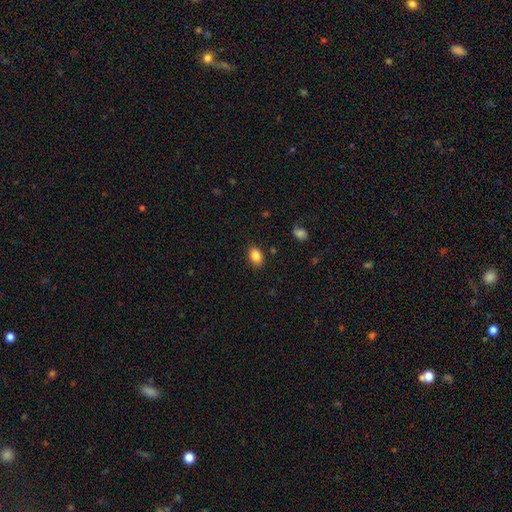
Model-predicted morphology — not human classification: Q: Smooth or featured?
A: smooth (85%); runner-up: star or artifact (9%)
Q: How rounded?
A: in between (79%); runner-up: round (20%)
Q: Merging?
A: none (86%); runner-up: minor disturbance (10%)